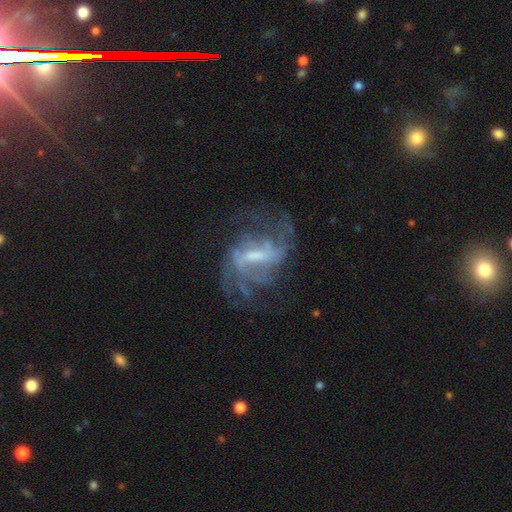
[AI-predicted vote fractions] Overall: featured or disk (85%). Edge-on disk: no (96%). Bar: strong (47%; weak 41%). Spiral arms: yes (90%). Spiral arm count: 2 (34%; can't tell 26%). Spiral winding: loose (42%; medium 41%). Bulge size: small (37%; moderate 36%). Merging: none (53%; major disturbance 27%).